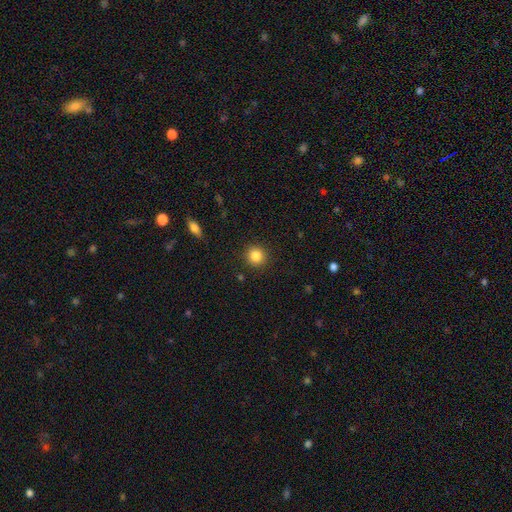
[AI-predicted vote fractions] This is clearly a smooth galaxy (85%). How rounded: clearly round (93%). Merging: clearly none (91%).